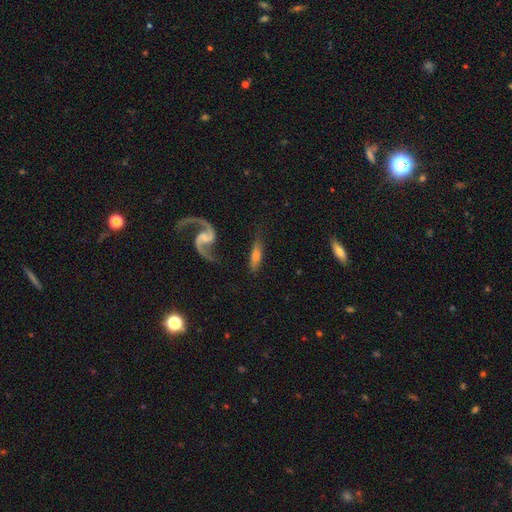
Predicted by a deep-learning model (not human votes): Q: Smooth or featured?
A: featured or disk (57%); runner-up: smooth (36%)
Q: Edge-on disk?
A: no (67%); runner-up: yes (33%)
Q: Merging?
A: none (68%); runner-up: minor disturbance (19%)